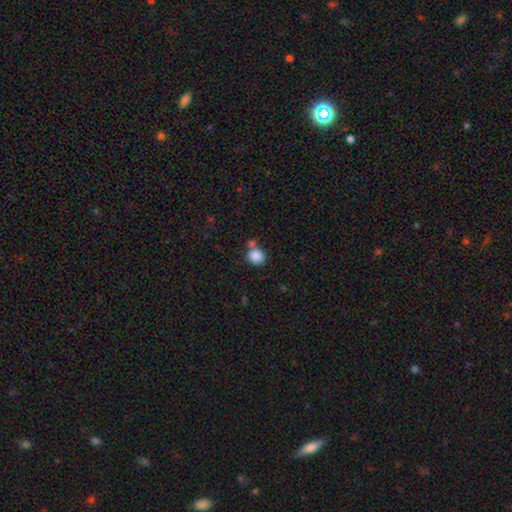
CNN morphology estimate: Smooth or featured? Predicted: smooth (p=0.87). How rounded? Predicted: round (p=0.76). Merging? Predicted: none (p=0.67).